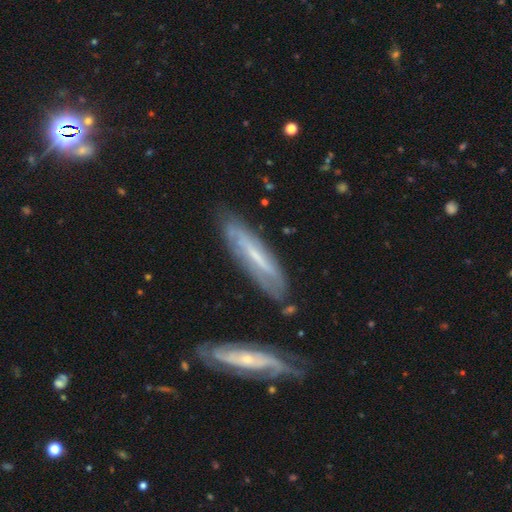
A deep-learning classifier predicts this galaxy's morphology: featured or disk 64%, smooth 29%, star or artifact 7%. Down the decision tree: edge-on disk — no (52%); merging — none (74%).